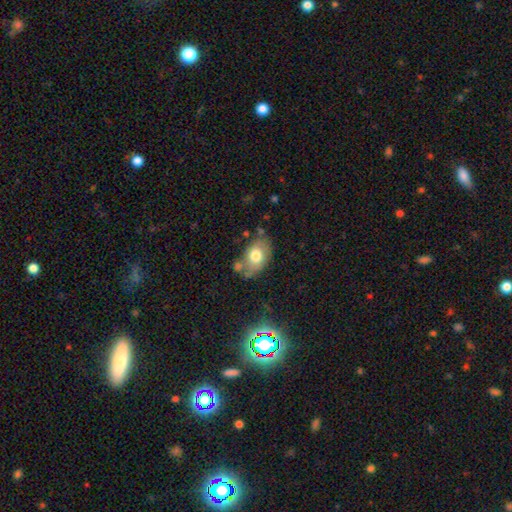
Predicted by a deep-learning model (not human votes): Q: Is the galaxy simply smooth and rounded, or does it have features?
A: smooth — 71%.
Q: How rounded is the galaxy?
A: in between — 86%.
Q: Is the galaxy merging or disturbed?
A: none — 59%.